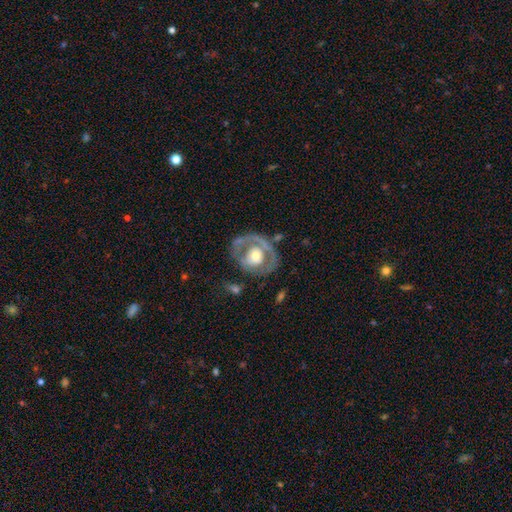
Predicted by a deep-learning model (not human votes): The model was most divided on "spiral arms": no: 65%, yes: 35%. More confident: edge-on disk — no (96%); bar — no (81%); smooth or featured — featured or disk (64%); bulge size — moderate (59%); merging — none (54%).